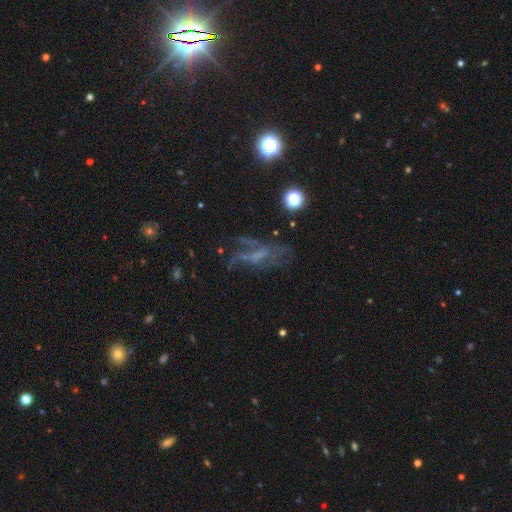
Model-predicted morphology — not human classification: A featured or disk galaxy (55%).

Vote fractions:
- Smooth or featured? featured or disk: 55% / star or artifact: 25% / smooth: 20%
- Edge-on disk? no: 86% / yes: 14%
- Merging? none: 45% / major disturbance: 32% / minor disturbance: 19% / merger: 5%